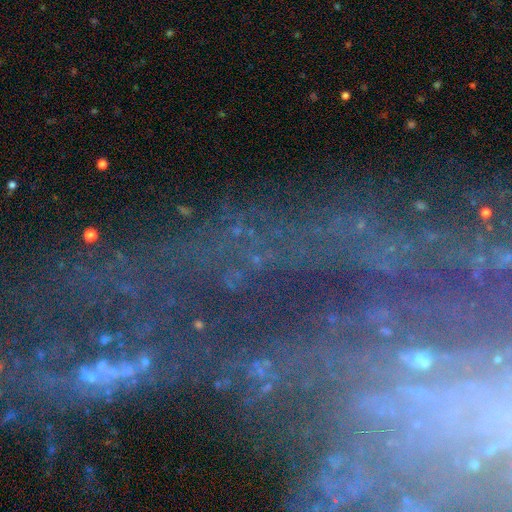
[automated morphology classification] smooth-or-featured: star or artifact: 53% | featured or disk: 33% | smooth: 14%